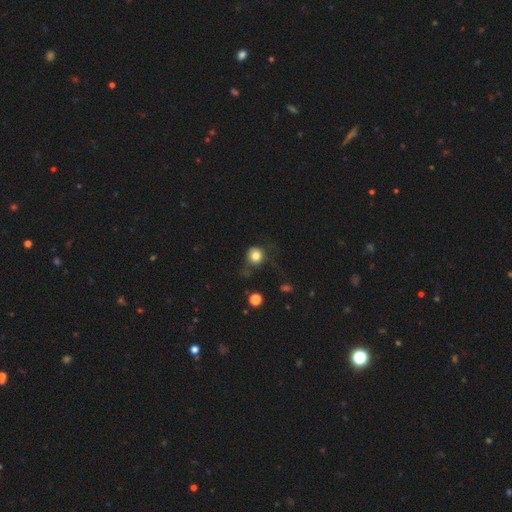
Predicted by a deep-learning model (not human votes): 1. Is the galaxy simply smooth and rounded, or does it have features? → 79% smooth, 11% star or artifact, 10% featured or disk.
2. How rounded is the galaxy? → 86% round, 13% in between, 1% cigar-shaped.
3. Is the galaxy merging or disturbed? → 49% none, 25% minor disturbance, 22% major disturbance, 4% merger.